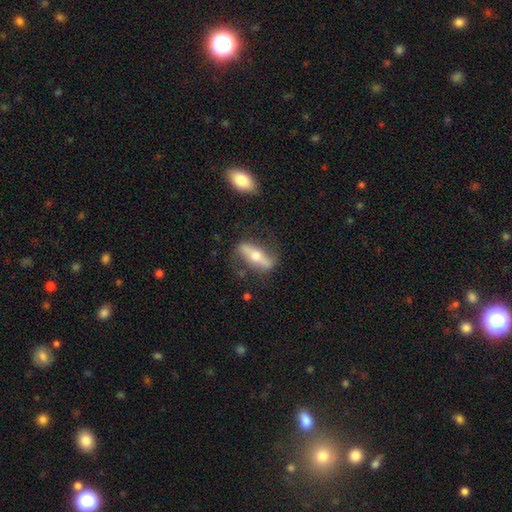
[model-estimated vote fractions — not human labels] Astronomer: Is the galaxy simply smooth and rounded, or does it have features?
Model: featured or disk — 64%.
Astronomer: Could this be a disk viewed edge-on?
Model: yes — 57% (runner-up: no, 43%).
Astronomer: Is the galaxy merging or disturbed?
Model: none — 73%.